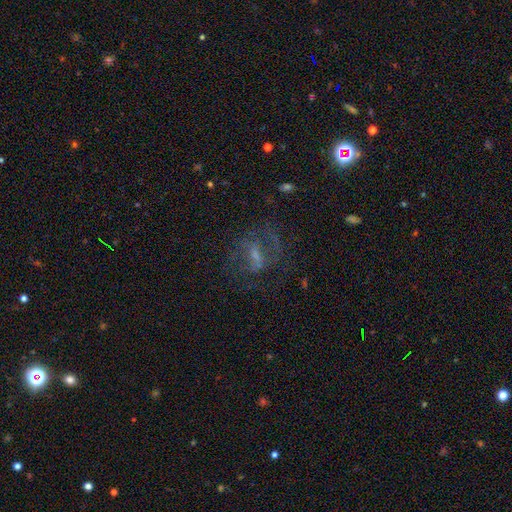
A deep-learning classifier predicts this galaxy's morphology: Q: Smooth or featured?
A: featured or disk (59%); runner-up: smooth (25%)
Q: Edge-on disk?
A: no (95%); runner-up: yes (5%)
Q: Bar?
A: weak (45%); runner-up: no (32%)
Q: Spiral arms?
A: yes (54%); runner-up: no (46%)
Q: Bulge size?
A: small (44%); runner-up: moderate (29%)
Q: Merging?
A: none (51%); runner-up: major disturbance (28%)